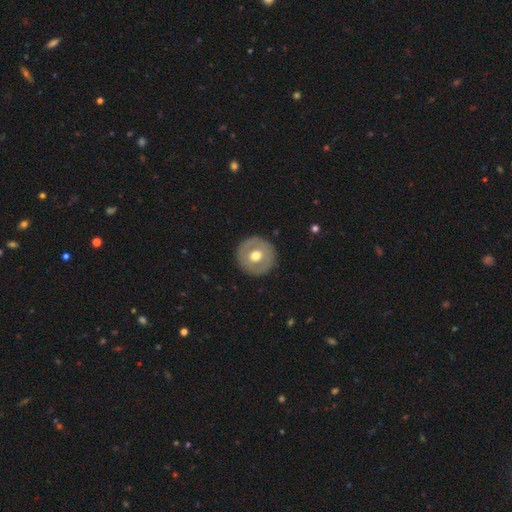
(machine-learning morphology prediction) Smooth or featured?
  - smooth: 52% *
  - featured or disk: 42%
  - star or artifact: 6%
How rounded?
  - round: 95% *
  - in between: 4%
  - cigar-shaped: 1%
Merging?
  - none: 90% *
  - minor disturbance: 6%
  - major disturbance: 2%
  - merger: 1%